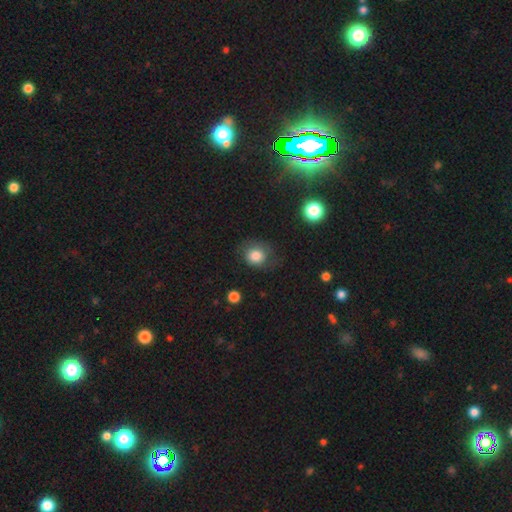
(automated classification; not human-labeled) A smooth galaxy with no disk features (79%) that is round (71%). Merging: none (60%).